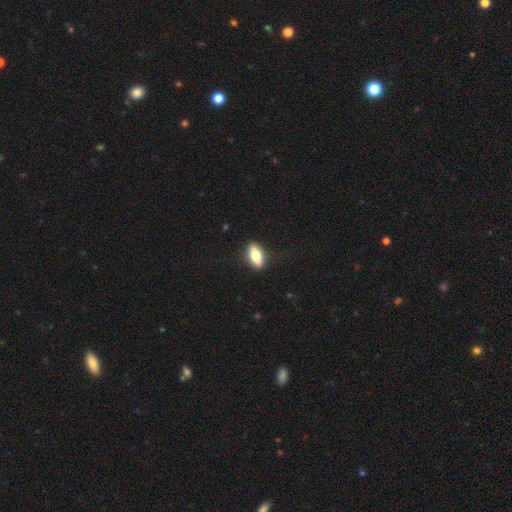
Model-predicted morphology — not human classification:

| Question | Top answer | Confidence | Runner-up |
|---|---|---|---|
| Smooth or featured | smooth | 67% | featured or disk (26%) |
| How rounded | in between | 79% | cigar-shaped (16%) |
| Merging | none | 84% | minor disturbance (12%) |